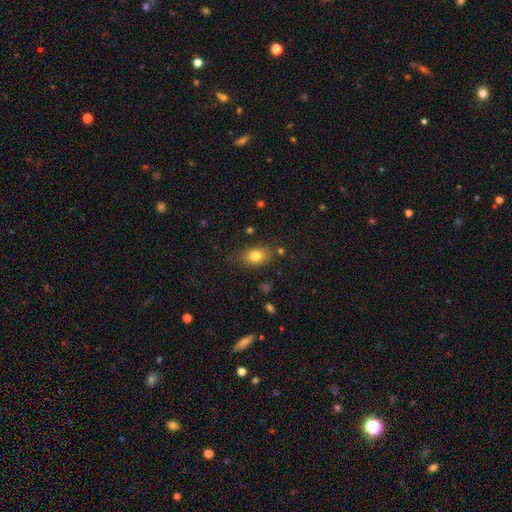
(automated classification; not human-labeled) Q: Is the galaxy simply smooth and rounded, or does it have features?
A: smooth — 80%.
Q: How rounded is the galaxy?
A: in between — 77%.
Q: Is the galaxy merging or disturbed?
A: none — 79%.